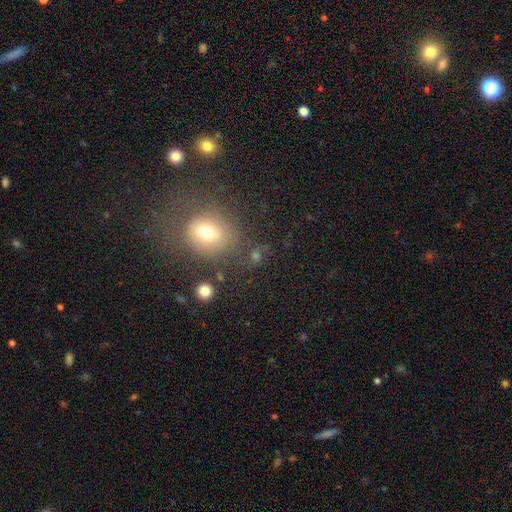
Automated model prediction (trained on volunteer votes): Morphology: type=smooth (59%); roundness=round (72%); merging=none (68%).